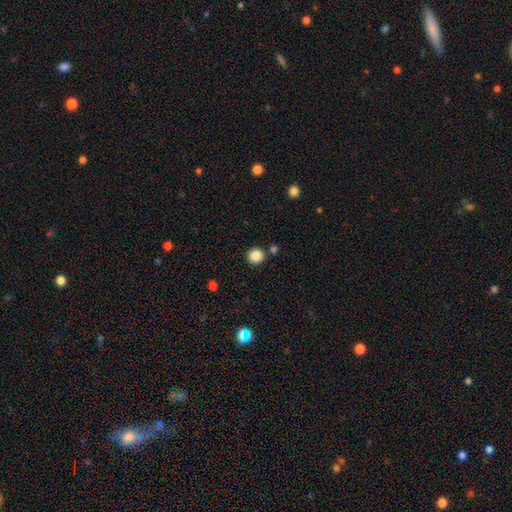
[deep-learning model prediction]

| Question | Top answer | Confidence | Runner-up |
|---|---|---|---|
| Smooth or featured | smooth | 86% | star or artifact (10%) |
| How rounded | round | 93% | in between (6%) |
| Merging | none | 86% | minor disturbance (6%) |